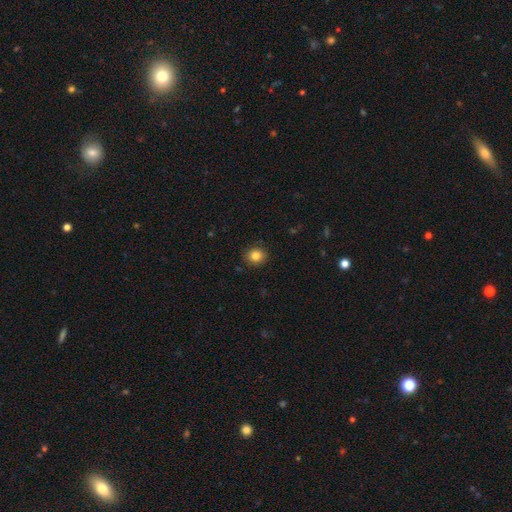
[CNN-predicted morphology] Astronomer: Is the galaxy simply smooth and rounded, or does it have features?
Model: smooth — 82%.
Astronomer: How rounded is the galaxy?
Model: round — 84%.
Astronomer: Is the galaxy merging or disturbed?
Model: none — 90%.